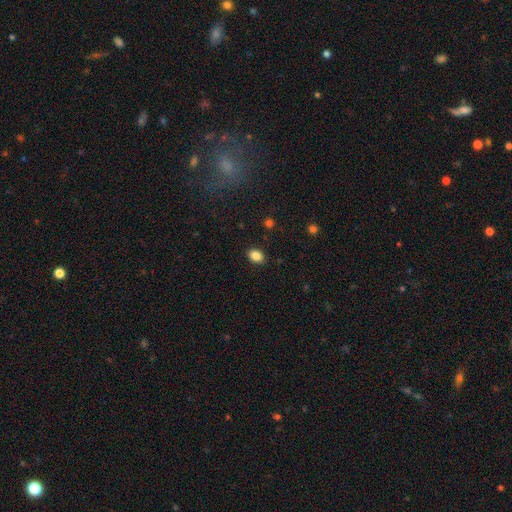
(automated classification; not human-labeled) A smooth galaxy with no disk features (86%) that is in between round and cigar-shaped (80%). Merging: none (88%).